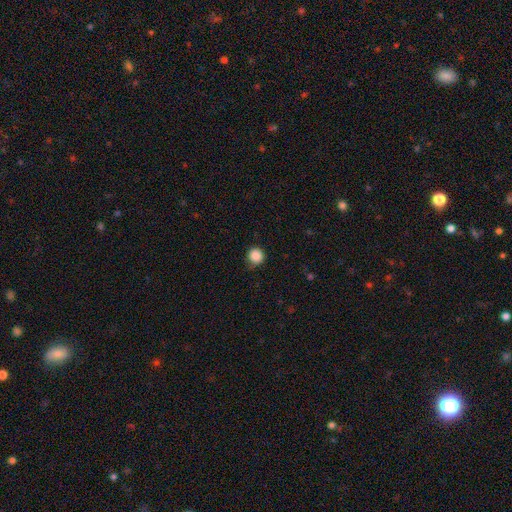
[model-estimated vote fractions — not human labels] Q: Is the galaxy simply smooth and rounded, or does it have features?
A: smooth — 87%.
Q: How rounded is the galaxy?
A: round — 93%.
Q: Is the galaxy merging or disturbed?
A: none — 77%.